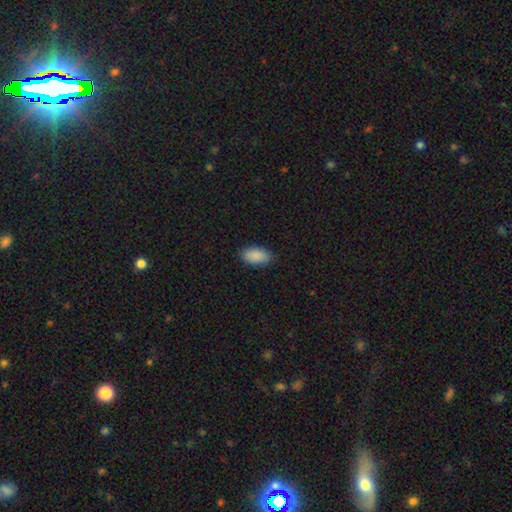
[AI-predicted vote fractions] Q: Smooth or featured?
A: smooth (90%); runner-up: star or artifact (6%)
Q: How rounded?
A: in between (94%); runner-up: cigar-shaped (3%)
Q: Merging?
A: none (87%); runner-up: minor disturbance (10%)